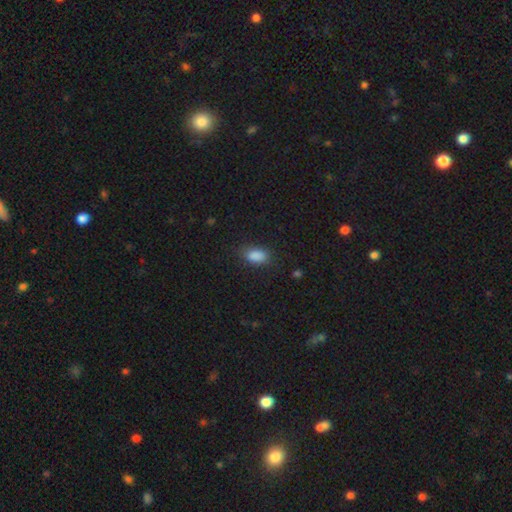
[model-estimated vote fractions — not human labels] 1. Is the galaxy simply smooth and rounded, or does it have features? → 88% smooth, 9% star or artifact, 4% featured or disk.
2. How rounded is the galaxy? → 90% in between, 7% round, 3% cigar-shaped.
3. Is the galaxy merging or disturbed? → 80% none, 15% minor disturbance, 5% major disturbance, 1% merger.